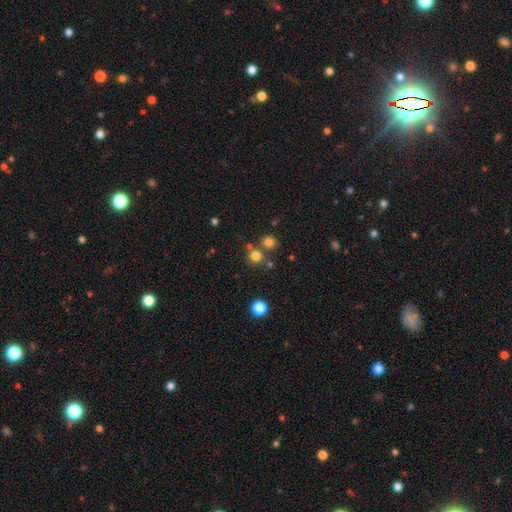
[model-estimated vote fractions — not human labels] Overall: smooth (76%). How rounded: round (90%). Merging: none (70%).